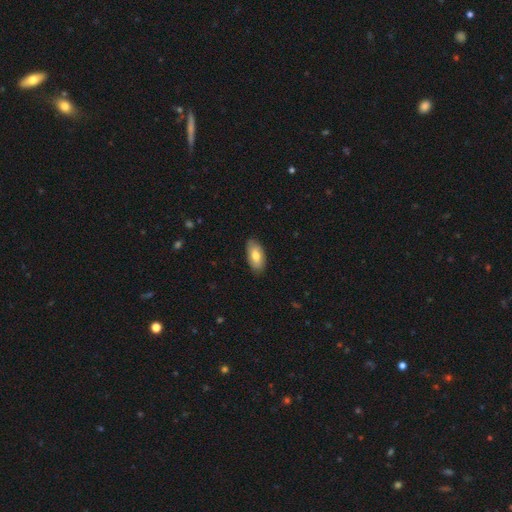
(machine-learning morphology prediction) Smooth or featured: smooth — 72% (featured or disk — 22%)
How rounded: in between — 92% (cigar-shaped — 5%)
Merging: none — 85% (minor disturbance — 12%)